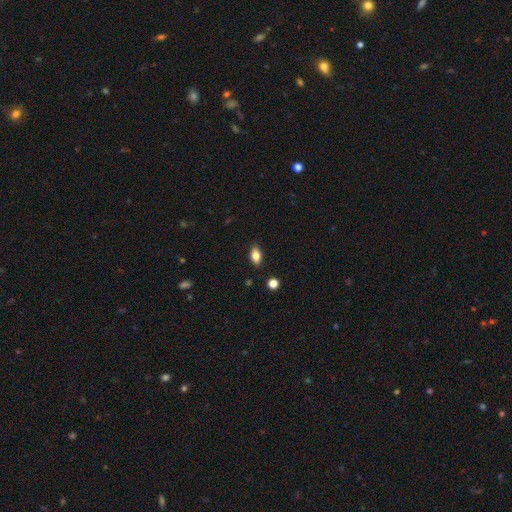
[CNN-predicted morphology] Smooth or featured? Predicted: smooth (p=0.80). How rounded? Predicted: in between (p=0.87). Merging? Predicted: none (p=0.86).